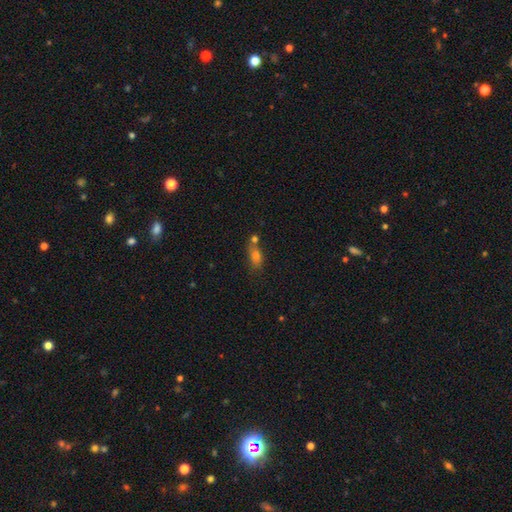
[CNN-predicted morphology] Smooth or featured?
  - smooth: 68% *
  - star or artifact: 18%
  - featured or disk: 14%
How rounded?
  - in between: 71% *
  - round: 18%
  - cigar-shaped: 11%
Merging?
  - none: 50% *
  - merger: 30%
  - minor disturbance: 15%
  - major disturbance: 6%